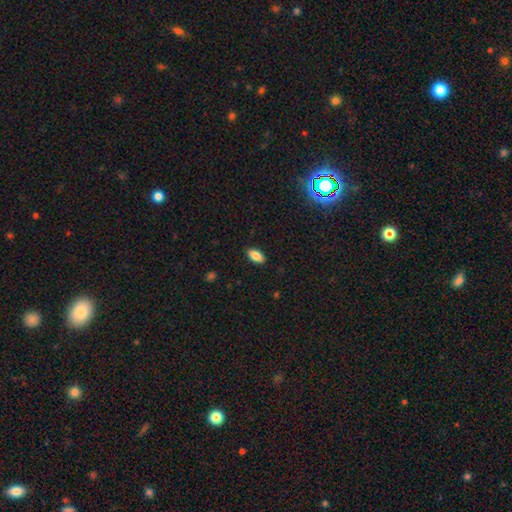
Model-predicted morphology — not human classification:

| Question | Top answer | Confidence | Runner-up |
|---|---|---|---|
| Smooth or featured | smooth | 85% | star or artifact (8%) |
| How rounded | in between | 92% | cigar-shaped (5%) |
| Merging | none | 89% | minor disturbance (8%) |